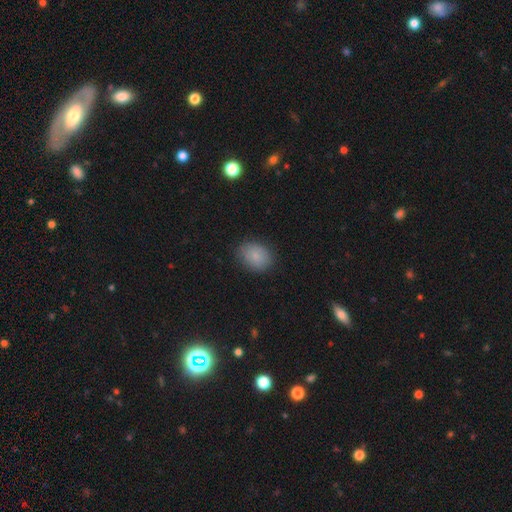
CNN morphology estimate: Overall: smooth (84%). How rounded: in between (61%; round 38%). Merging: none (84%).